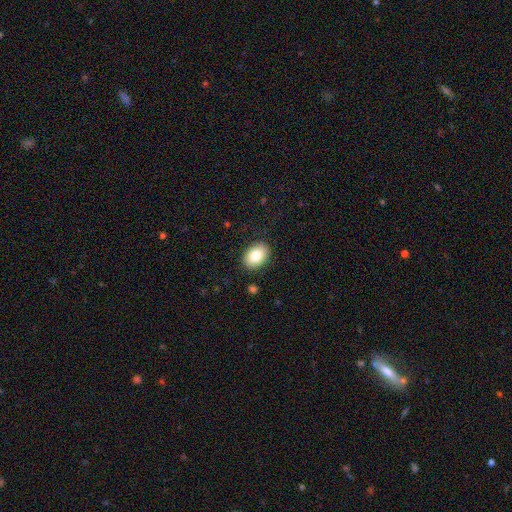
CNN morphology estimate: Q: Smooth or featured?
A: smooth (83%); runner-up: featured or disk (10%)
Q: How rounded?
A: in between (81%); runner-up: round (18%)
Q: Merging?
A: none (88%); runner-up: minor disturbance (8%)